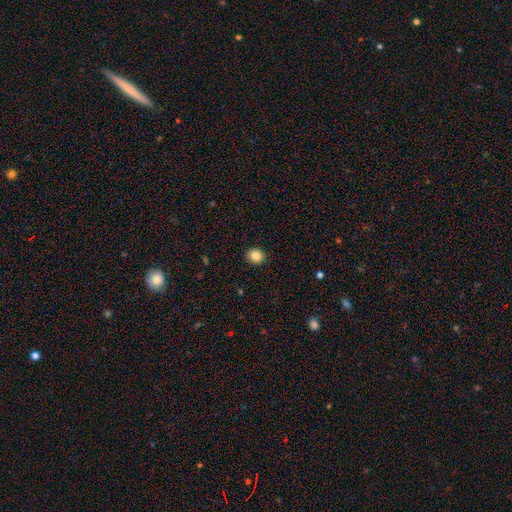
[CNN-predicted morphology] smooth_or_featured: smooth (p=0.86) [alt: star or artifact p=0.09]
how_rounded: round (p=0.67) [alt: in between p=0.32]
merging: none (p=0.91) [alt: minor disturbance p=0.06]